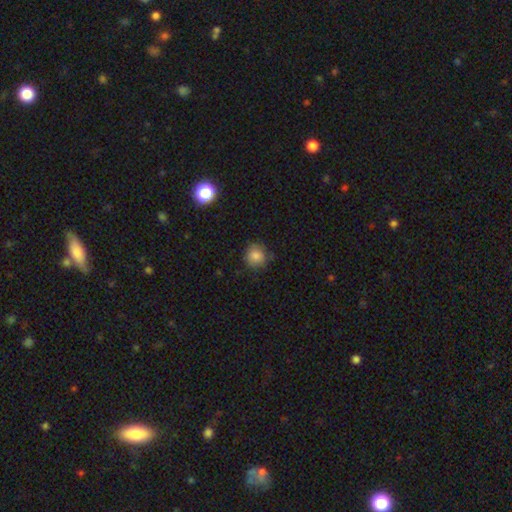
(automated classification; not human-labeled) Smooth or featured: smooth — 83% (star or artifact — 11%)
How rounded: round — 91% (in between — 8%)
Merging: none — 78% (minor disturbance — 17%)